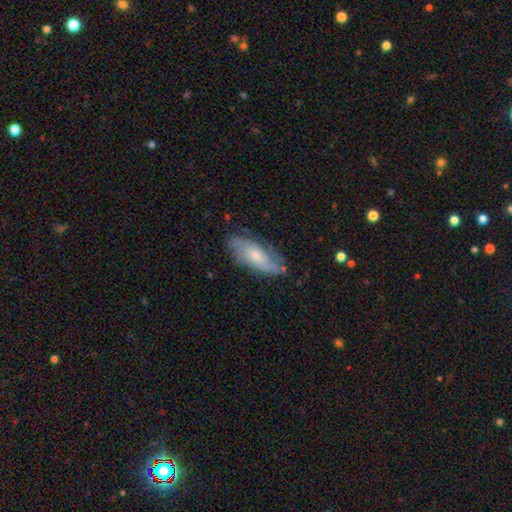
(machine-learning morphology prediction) Smooth or featured: featured or disk — 61% (smooth — 33%)
Edge-on disk: no — 85% (yes — 15%)
Bar: no — 72% (weak — 24%)
Spiral arms: yes — 84% (no — 16%)
Bulge size: small — 48% (moderate — 45%)
Merging: none — 73% (minor disturbance — 20%)